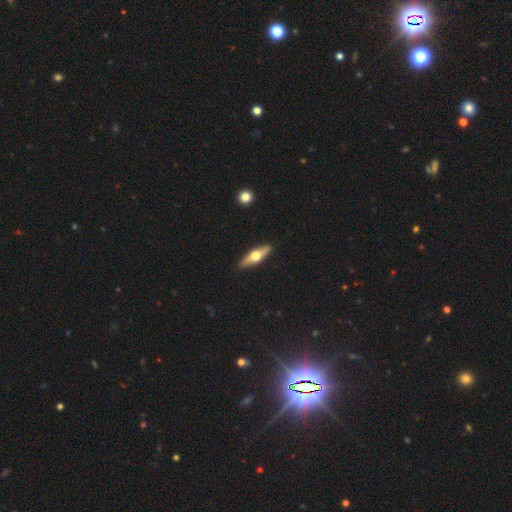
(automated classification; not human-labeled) Overall: featured or disk (57%; smooth 38%). Edge-on disk: yes (92%). Edge-on bulge: rounded (95%). Merging: none (90%).